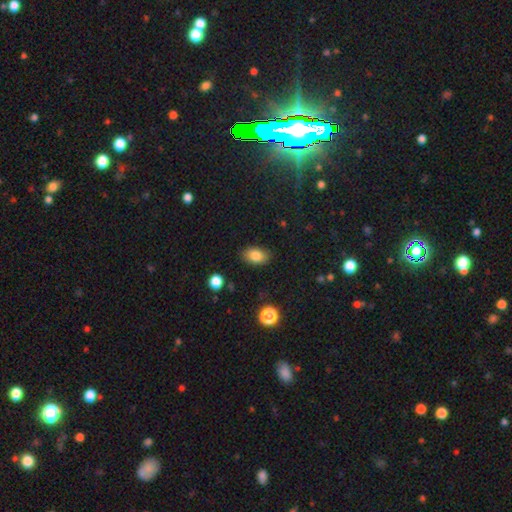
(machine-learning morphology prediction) The model was most divided on "merging": none: 85%, minor disturbance: 11%, major disturbance: 3%, merger: 1%. More confident: how rounded — in between (86%); smooth or featured — smooth (83%).